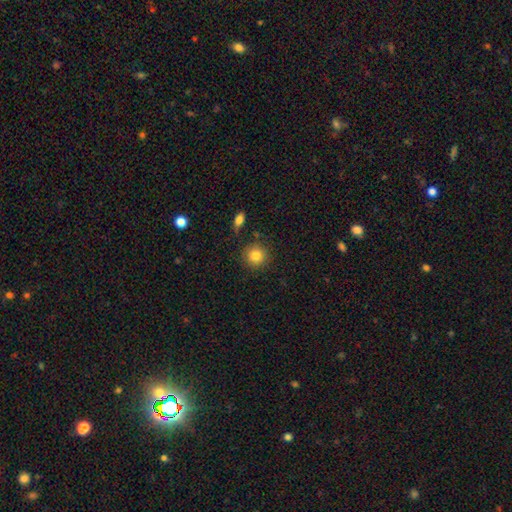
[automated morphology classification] Smooth or featured? smooth (83%)
How rounded? round (92%)
Merging? none (86%)